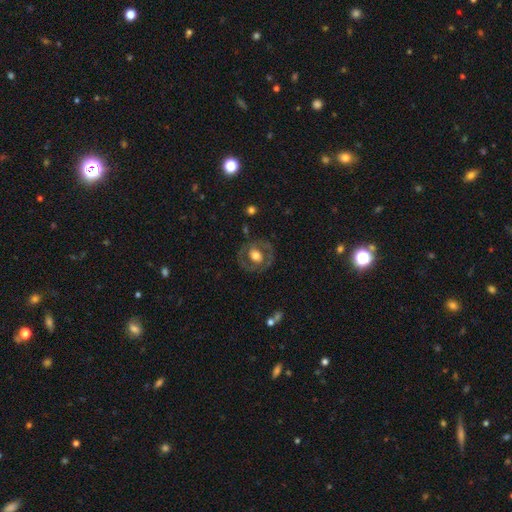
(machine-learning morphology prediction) Q: Smooth or featured?
A: featured or disk (57%); runner-up: smooth (36%)
Q: Edge-on disk?
A: no (96%); runner-up: yes (4%)
Q: Bar?
A: no (70%); runner-up: weak (22%)
Q: Spiral arms?
A: no (67%); runner-up: yes (33%)
Q: Bulge size?
A: moderate (53%); runner-up: large (37%)
Q: Merging?
A: none (76%); runner-up: minor disturbance (14%)